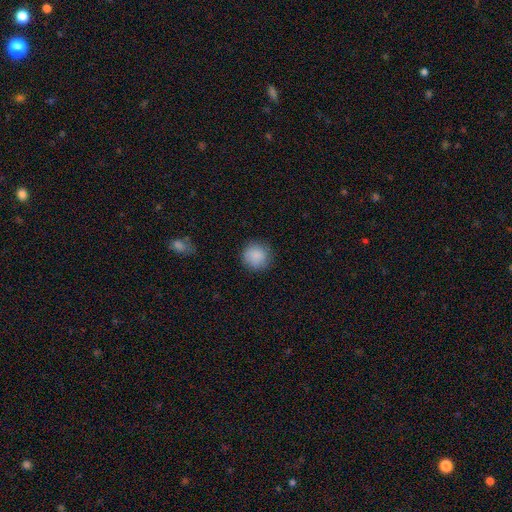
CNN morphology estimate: A smooth galaxy with no disk features (88%) that is round (94%). Merging: none (87%).